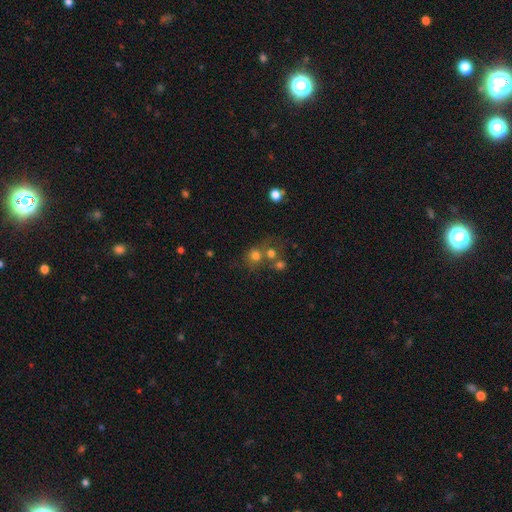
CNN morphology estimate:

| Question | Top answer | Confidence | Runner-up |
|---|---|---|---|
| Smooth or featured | smooth | 70% | star or artifact (18%) |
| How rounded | round | 82% | in between (17%) |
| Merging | none | 46% | merger (38%) |